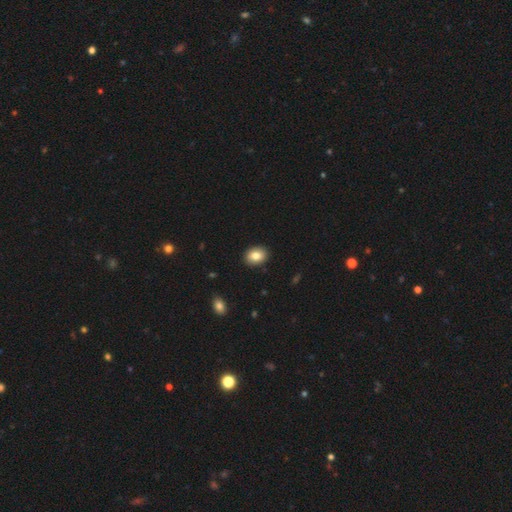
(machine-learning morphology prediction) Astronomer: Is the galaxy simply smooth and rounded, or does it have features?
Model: smooth — 84%.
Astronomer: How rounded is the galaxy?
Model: in between — 69%.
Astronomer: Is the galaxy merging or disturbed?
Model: none — 90%.